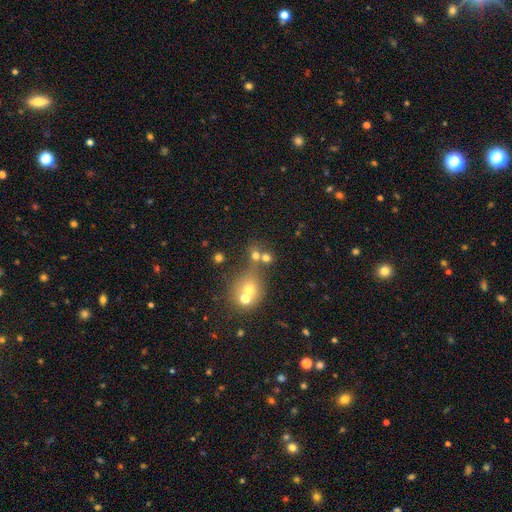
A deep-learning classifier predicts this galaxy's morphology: type=smooth (63%); roundness=round (77%); merging=none (46%).